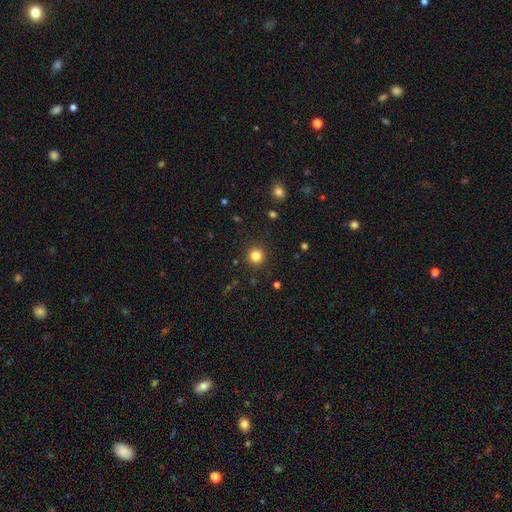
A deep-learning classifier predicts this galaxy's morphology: Smooth or featured? Predicted: smooth (p=0.82). How rounded? Predicted: round (p=0.94). Merging? Predicted: none (p=0.91).